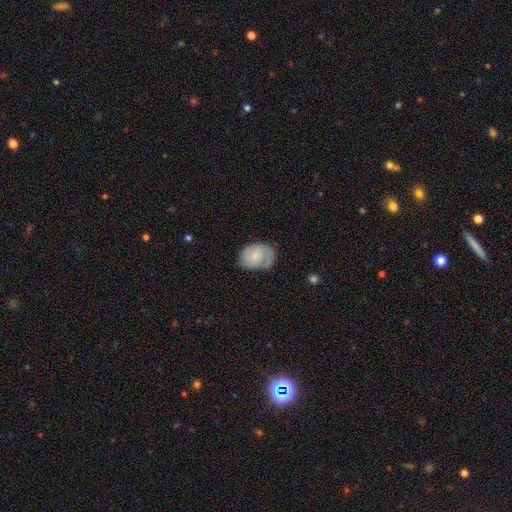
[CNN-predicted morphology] The model was most divided on "merging": none: 46%, minor disturbance: 35%, major disturbance: 17%, merger: 3%. More confident: how rounded — in between (74%); smooth or featured — smooth (63%).